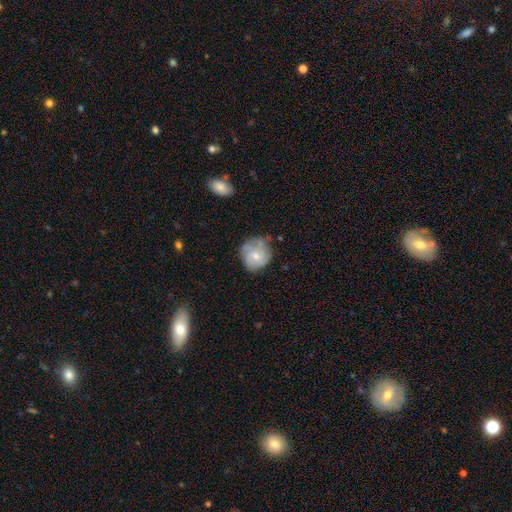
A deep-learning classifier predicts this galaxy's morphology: A smooth galaxy with no disk features (54%) that is round (80%).

Vote fractions:
- Smooth or featured? smooth: 54% / featured or disk: 39% / star or artifact: 7%
- How rounded? round: 80% / in between: 19% / cigar-shaped: 1%
- Merging? none: 56% / minor disturbance: 31% / major disturbance: 10% / merger: 3%